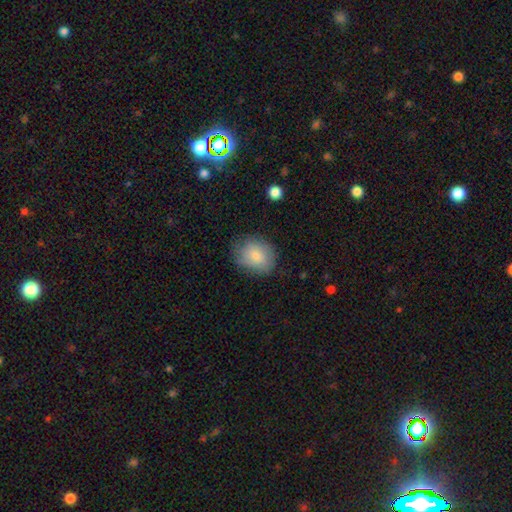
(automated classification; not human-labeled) The model was most divided on "how rounded": round: 57%, in between: 42%, cigar-shaped: 1%. More confident: smooth or featured — smooth (78%); merging — none (71%).